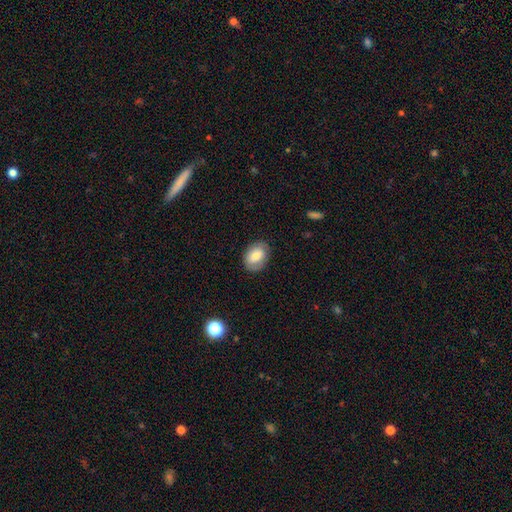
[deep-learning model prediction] Q: Smooth or featured?
A: smooth (71%); runner-up: featured or disk (22%)
Q: How rounded?
A: in between (78%); runner-up: round (21%)
Q: Merging?
A: none (80%); runner-up: minor disturbance (15%)